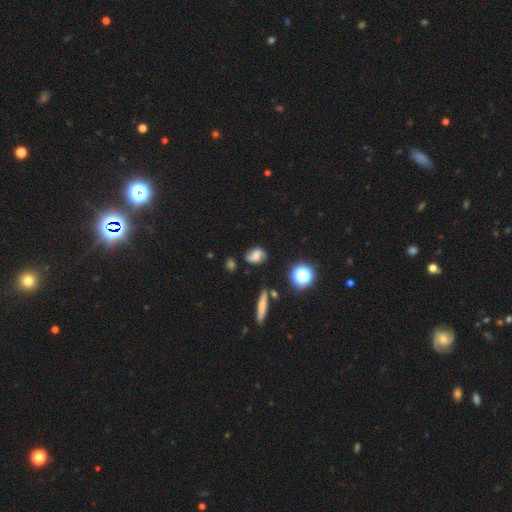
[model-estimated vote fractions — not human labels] Smooth or featured?
  - smooth: 49% *
  - featured or disk: 38%
  - star or artifact: 13%
Merging?
  - none: 70% *
  - minor disturbance: 20%
  - major disturbance: 6%
  - merger: 4%